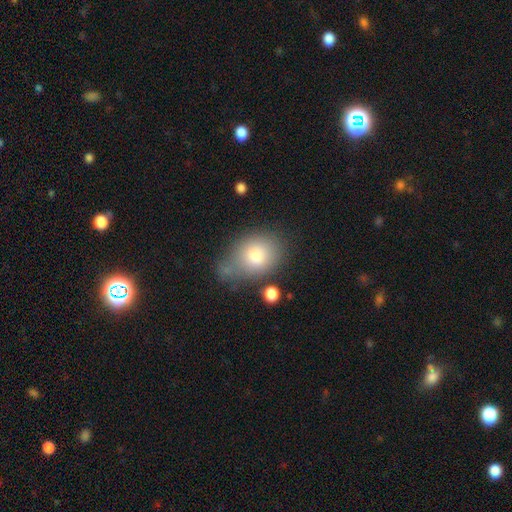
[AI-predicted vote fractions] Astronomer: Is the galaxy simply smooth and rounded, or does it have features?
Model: smooth — 80%.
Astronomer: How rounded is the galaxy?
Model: in between — 63%.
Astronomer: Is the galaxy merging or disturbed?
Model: none — 49% (runner-up: minor disturbance, 26%).